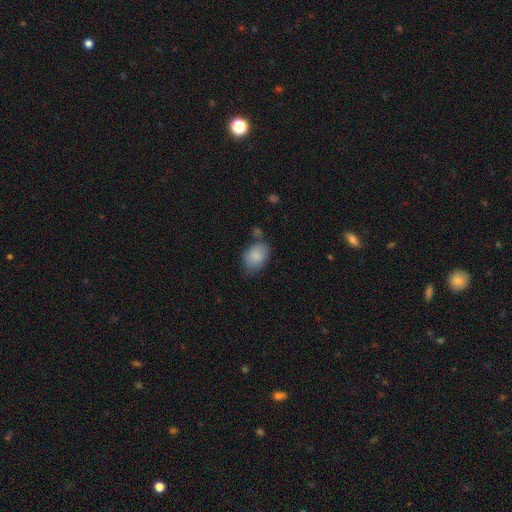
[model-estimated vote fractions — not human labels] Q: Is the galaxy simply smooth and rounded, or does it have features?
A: smooth — 86%.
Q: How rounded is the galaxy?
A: in between — 82%.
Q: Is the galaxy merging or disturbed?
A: none — 60%.